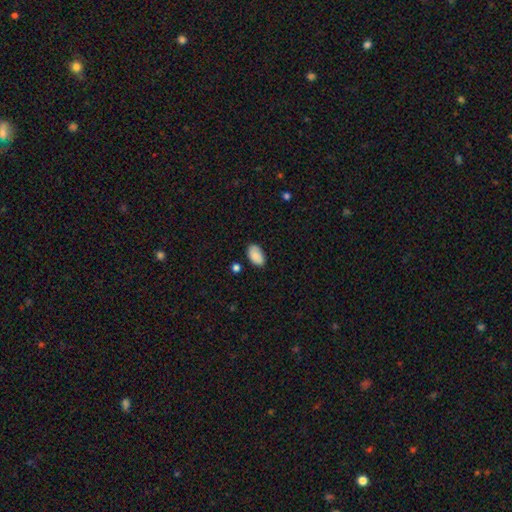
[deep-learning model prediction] This is clearly a smooth galaxy (87%). How rounded: clearly in between (94%). Merging: likely none (80%).